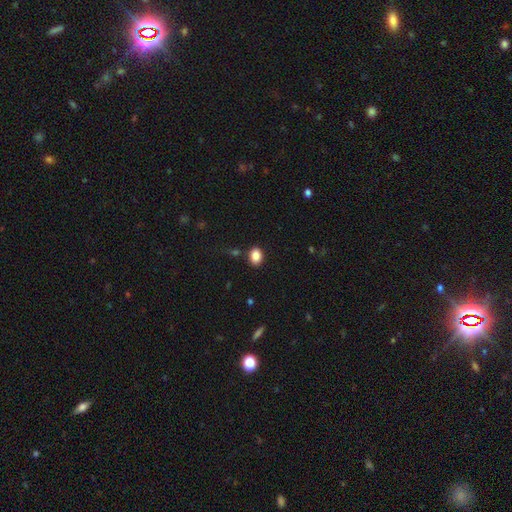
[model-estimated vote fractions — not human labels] Smooth or featured: smooth — 86% (star or artifact — 9%)
How rounded: in between — 71% (round — 28%)
Merging: none — 85% (minor disturbance — 9%)